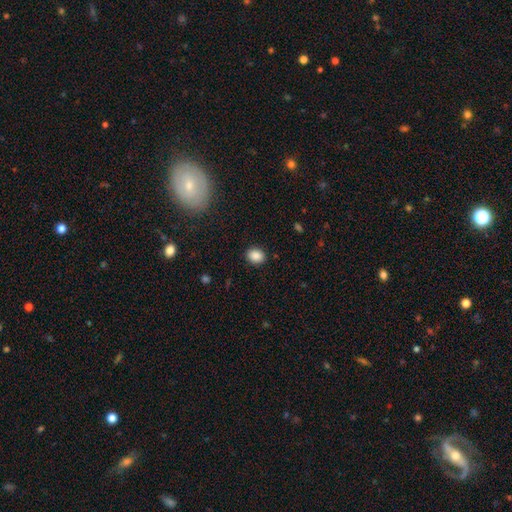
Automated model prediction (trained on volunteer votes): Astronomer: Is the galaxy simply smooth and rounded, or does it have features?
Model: smooth — 88%.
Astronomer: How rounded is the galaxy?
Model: round — 50% (runner-up: in between, 49%).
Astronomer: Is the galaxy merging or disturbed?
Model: none — 89%.